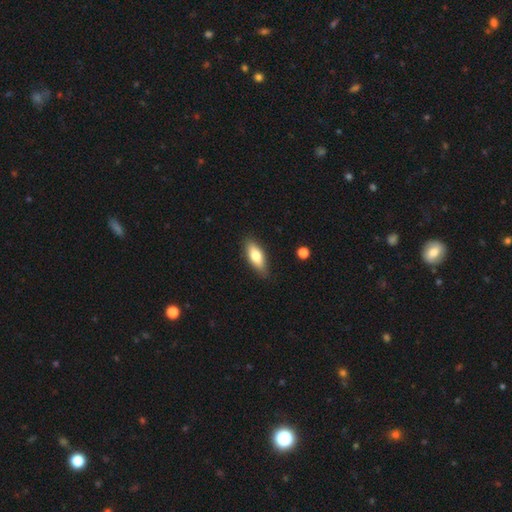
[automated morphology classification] This appears to be a smooth galaxy with no disk features (74%) that is in between round and cigar-shaped (73%). Merging: none (83%).